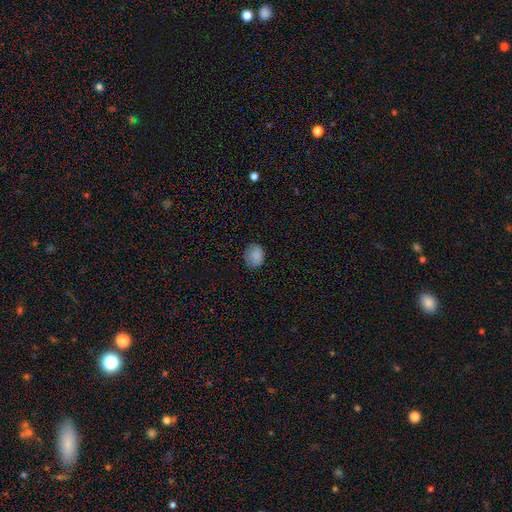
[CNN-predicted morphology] Overall: smooth (86%). How rounded: round (55%; in between 44%). Merging: none (77%).